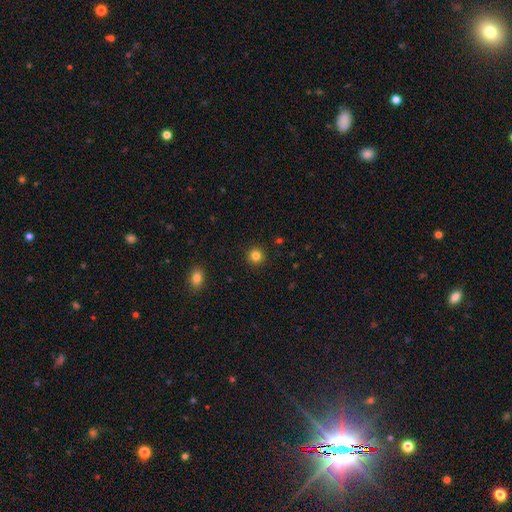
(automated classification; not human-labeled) This is clearly a smooth galaxy (83%). How rounded: clearly round (93%). Merging: clearly none (92%).